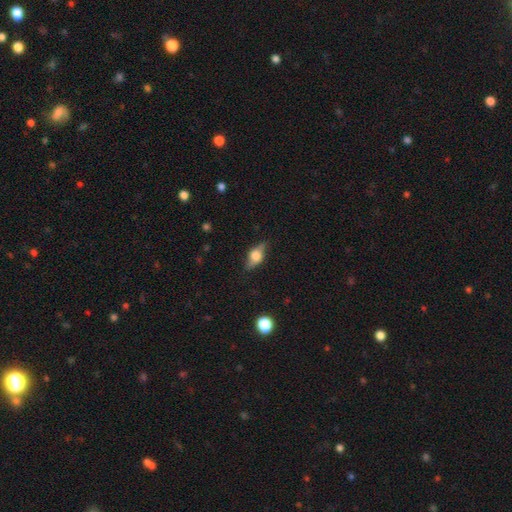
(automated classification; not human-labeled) This appears to be a featured or disk galaxy (51%) viewed edge-on (89%). Merging: none (80%).